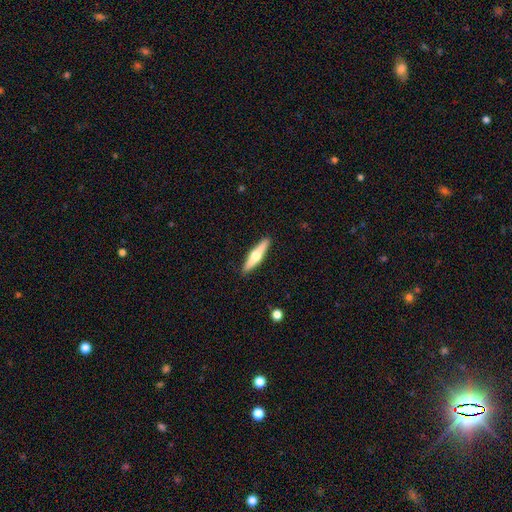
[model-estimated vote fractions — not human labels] featured or disk 60%, smooth 35%, star or artifact 5%. Down the decision tree: edge-on disk — yes (96%); edge-on bulge — rounded (94%); merging — none (91%).